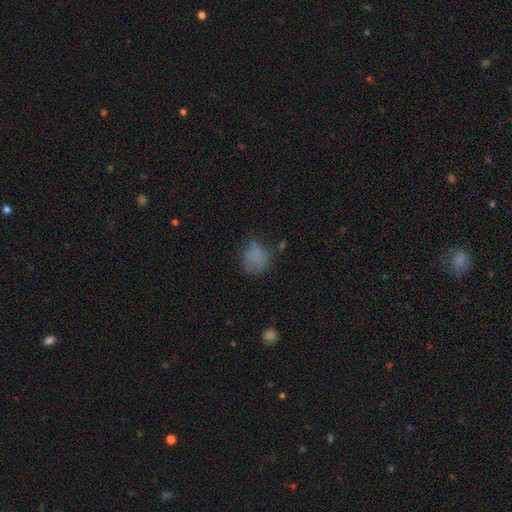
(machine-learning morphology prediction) smooth_or_featured: smooth (p=0.71) [alt: star or artifact p=0.15]
how_rounded: round (p=0.74) [alt: in between p=0.25]
merging: none (p=0.55) [alt: minor disturbance p=0.25]